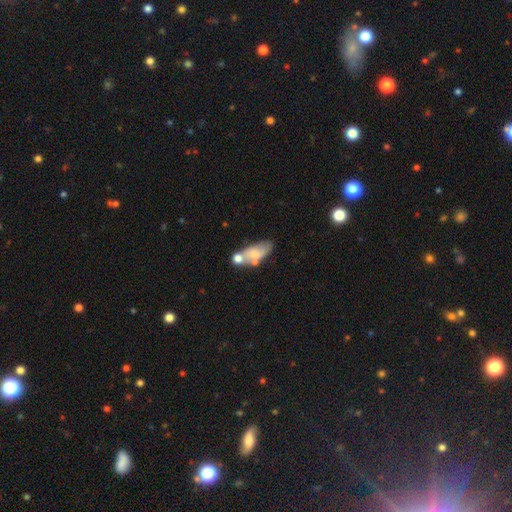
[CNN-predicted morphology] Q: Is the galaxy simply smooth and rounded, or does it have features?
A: smooth — 56%.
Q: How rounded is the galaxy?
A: in between — 82%.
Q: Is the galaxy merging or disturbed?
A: none — 36%.